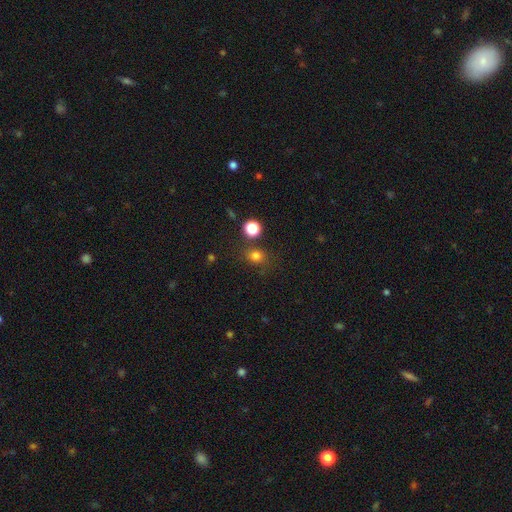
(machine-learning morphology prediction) Overall: smooth (77%). How rounded: round (74%). Merging: none (75%).